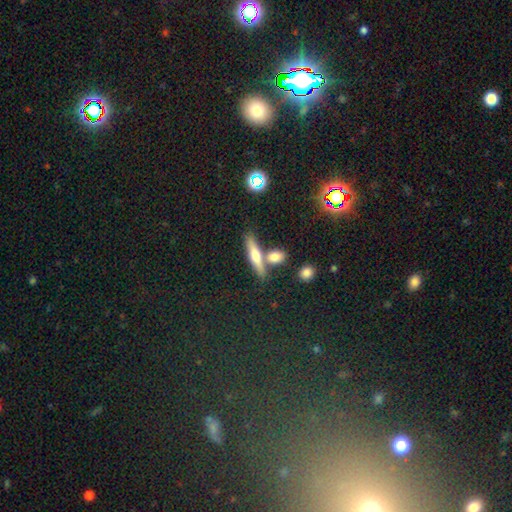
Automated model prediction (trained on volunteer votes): A smooth galaxy with no disk features (49%). Merging: none (65%).